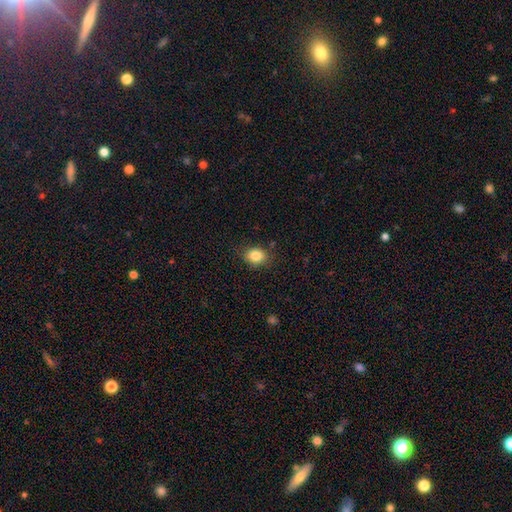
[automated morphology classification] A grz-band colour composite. It shows a smooth galaxy with no disk features (85%) that is in between round and cigar-shaped (52%). Merging: none (83%).